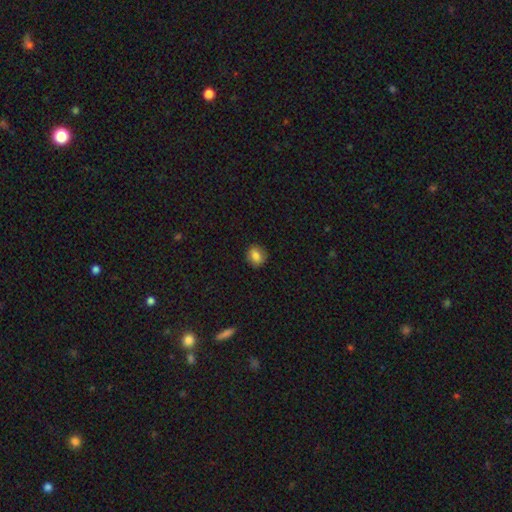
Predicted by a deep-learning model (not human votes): smooth-or-featured: smooth: 81% | star or artifact: 10% | featured or disk: 8%
  how-rounded: round: 74% | in between: 25% | cigar-shaped: 1%
  merging: none: 88% | minor disturbance: 9% | major disturbance: 2% | merger: 1%